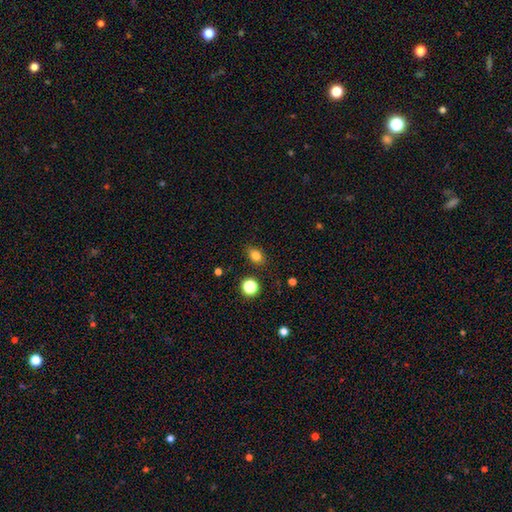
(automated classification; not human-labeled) This is clearly a smooth galaxy (81%). How rounded: likely in between (65%). Merging: clearly none (86%).